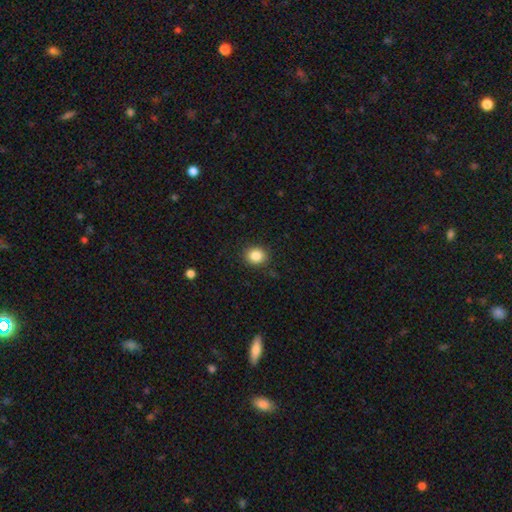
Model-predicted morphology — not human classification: smooth 86%, star or artifact 10%, featured or disk 4%. Down the decision tree: how rounded — round (75%); merging — none (88%).